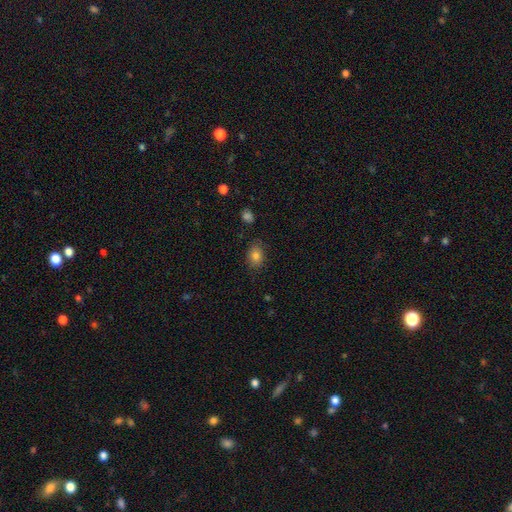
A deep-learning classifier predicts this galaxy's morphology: Smooth or featured? smooth (82%)
How rounded? in between (72%)
Merging? none (81%)